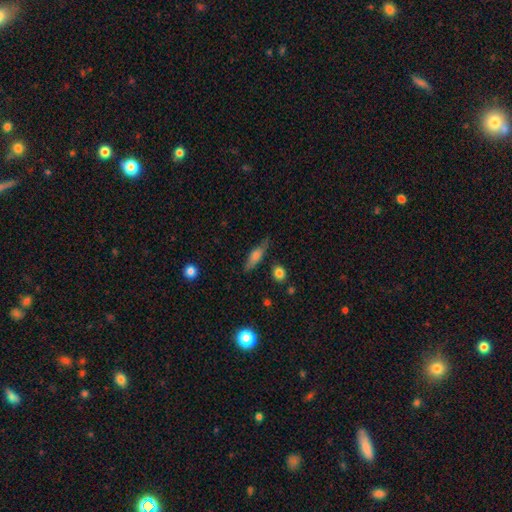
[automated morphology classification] A smooth galaxy with no disk features (63%) that is cigar-shaped (58%). Merging: none (73%).